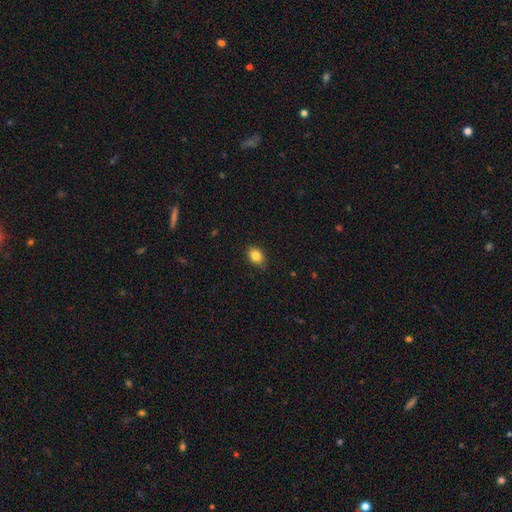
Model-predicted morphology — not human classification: type=smooth (85%); roundness=in between (70%); merging=none (85%).